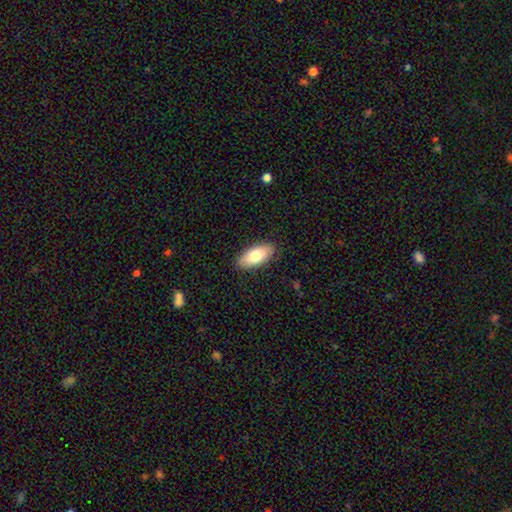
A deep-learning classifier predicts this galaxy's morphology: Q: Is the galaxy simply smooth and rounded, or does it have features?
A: smooth — 79%.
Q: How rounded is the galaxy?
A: in between — 87%.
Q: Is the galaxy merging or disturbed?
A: none — 88%.